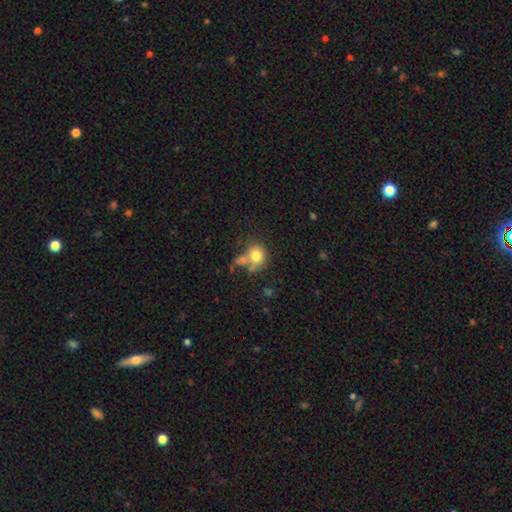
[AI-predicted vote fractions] Q: Smooth or featured?
A: smooth (77%); runner-up: featured or disk (12%)
Q: How rounded?
A: round (72%); runner-up: in between (27%)
Q: Merging?
A: none (45%); runner-up: merger (28%)